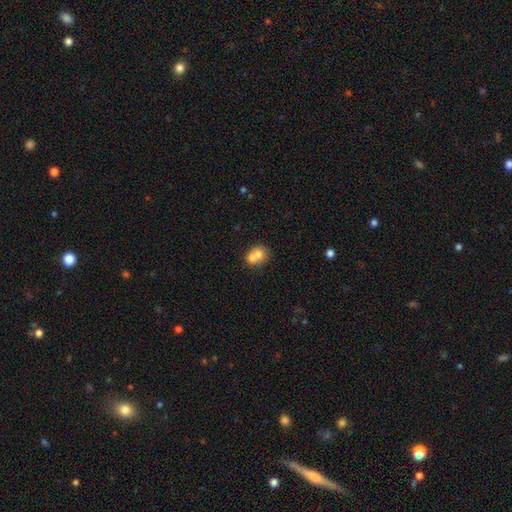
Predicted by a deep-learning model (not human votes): This is likely a smooth galaxy (68%). How rounded: likely round (66%). Merging: likely merger (63%).